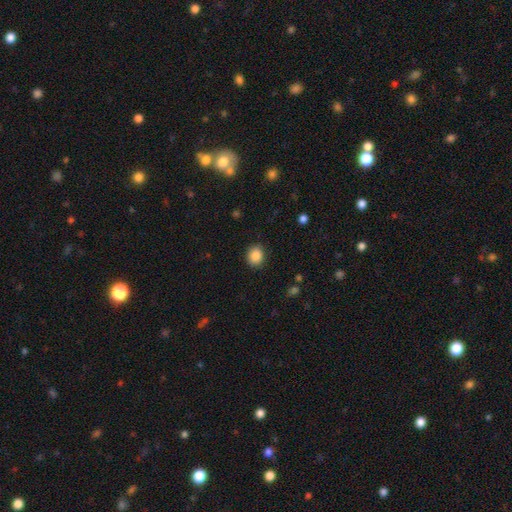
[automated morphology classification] type=smooth (88%); roundness=round (61%); merging=none (88%).